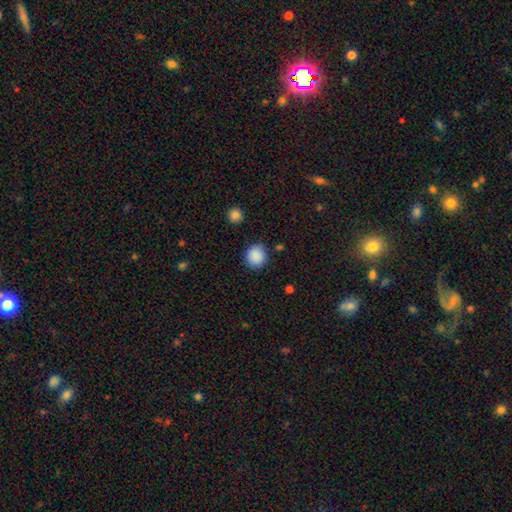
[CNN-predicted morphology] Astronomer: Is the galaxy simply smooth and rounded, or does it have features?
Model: smooth — 88%.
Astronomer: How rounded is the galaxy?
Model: round — 84%.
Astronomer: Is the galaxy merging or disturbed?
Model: none — 86%.